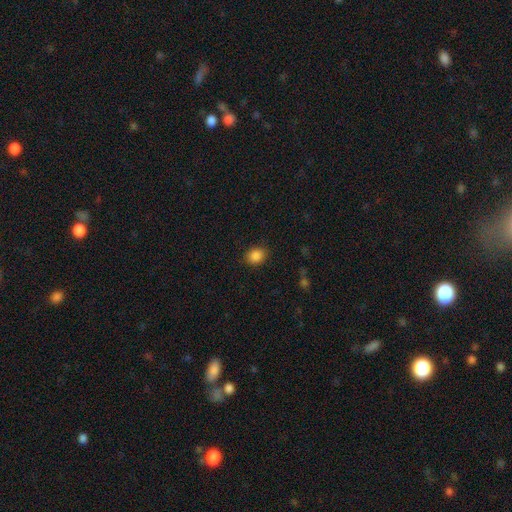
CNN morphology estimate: smooth_or_featured: smooth (p=0.86) [alt: star or artifact p=0.11]
how_rounded: round (p=0.61) [alt: in between p=0.38]
merging: none (p=0.86) [alt: minor disturbance p=0.10]